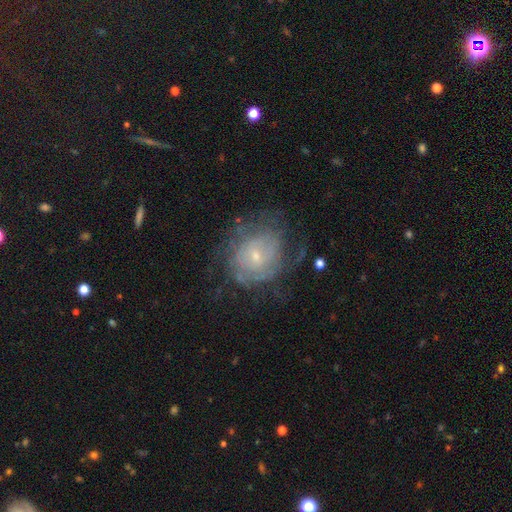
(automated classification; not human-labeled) The model was most divided on "spiral arms": yes: 67%, no: 33%. More confident: edge-on disk — no (97%); bar — no (76%); bulge size — small (73%); smooth or featured — featured or disk (63%); merging — none (58%).